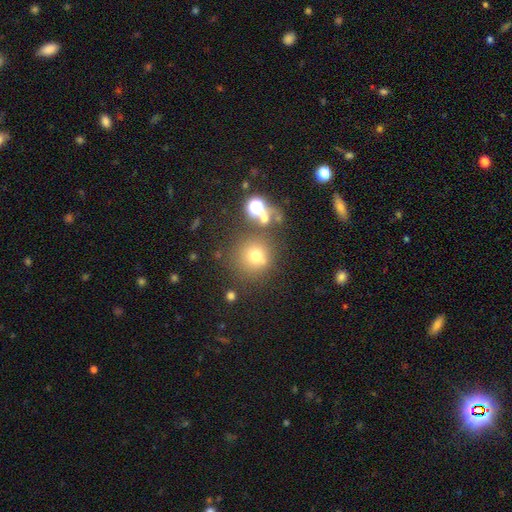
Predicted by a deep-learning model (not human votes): This is likely a smooth galaxy (68%). How rounded: clearly round (91%). Merging: likely none (69%).